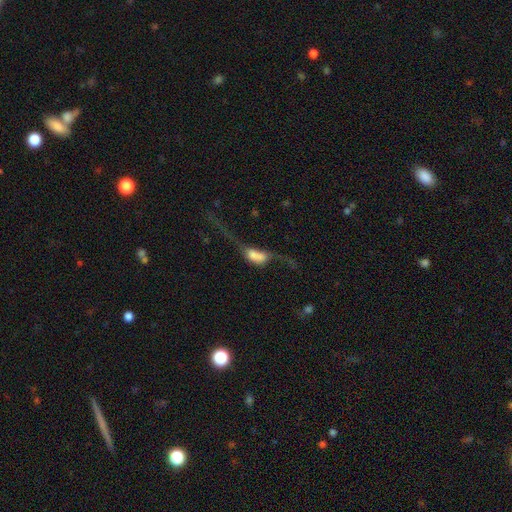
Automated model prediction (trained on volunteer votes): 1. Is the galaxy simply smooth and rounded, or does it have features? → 47% smooth, 43% featured or disk, 10% star or artifact.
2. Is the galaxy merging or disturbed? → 42% merger, 38% major disturbance, 12% none, 8% minor disturbance.